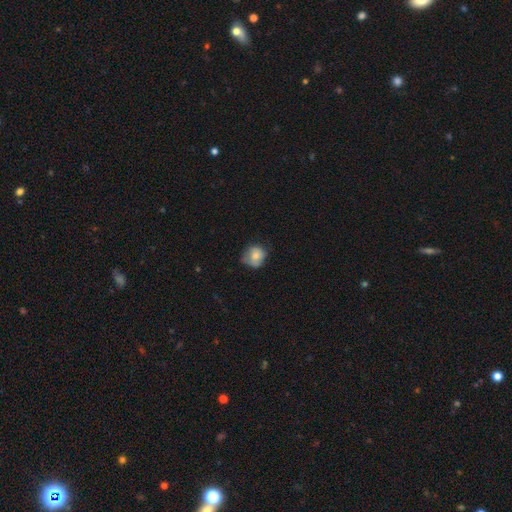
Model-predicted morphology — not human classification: smooth 69%, featured or disk 22%, star or artifact 9%. Down the decision tree: how rounded — round (74%); merging — none (50%).